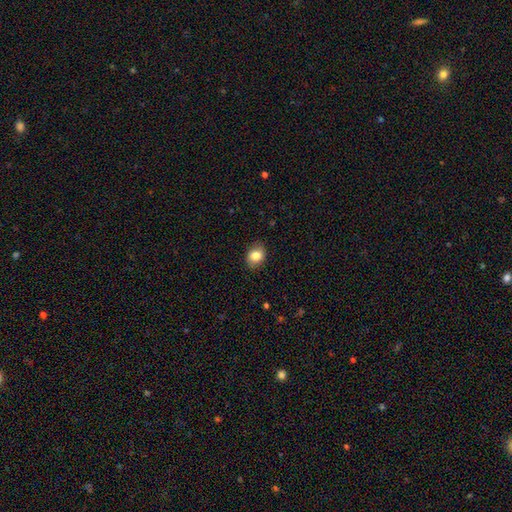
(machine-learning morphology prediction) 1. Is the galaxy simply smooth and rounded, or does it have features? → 83% smooth, 9% star or artifact, 8% featured or disk.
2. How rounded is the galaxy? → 50% in between, 49% round, 1% cigar-shaped.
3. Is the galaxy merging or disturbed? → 86% none, 11% minor disturbance, 3% major disturbance, 1% merger.